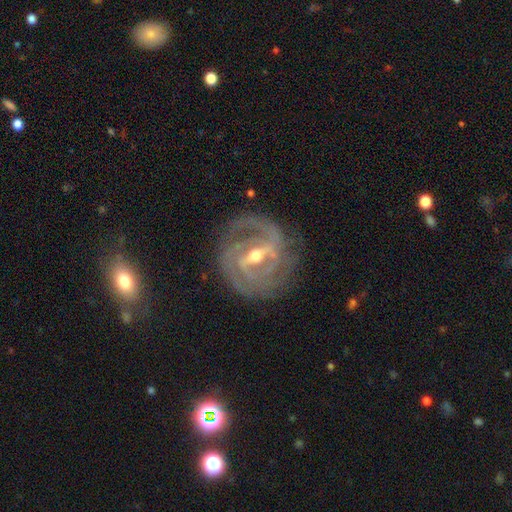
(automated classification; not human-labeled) Overall: featured or disk (91%). Edge-on disk: no (94%). Bar: strong (65%; weak 28%). Spiral arms: yes (95%). Spiral arm count: 2 (39%; 3 25%). Spiral winding: tight (64%; medium 29%). Bulge size: moderate (64%; small 31%). Merging: none (78%).